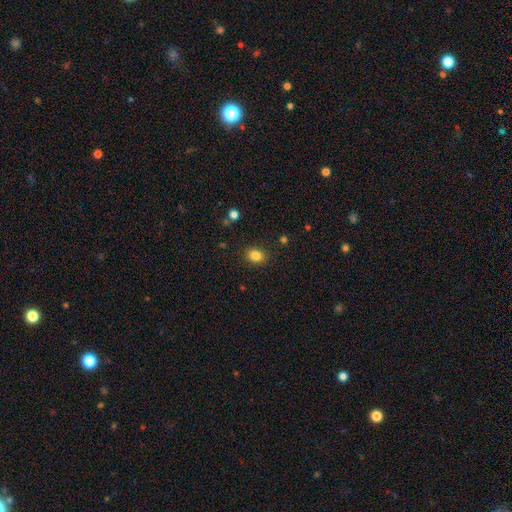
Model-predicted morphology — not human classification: Q: Smooth or featured?
A: smooth (84%); runner-up: star or artifact (11%)
Q: How rounded?
A: in between (53%); runner-up: round (46%)
Q: Merging?
A: none (87%); runner-up: minor disturbance (9%)